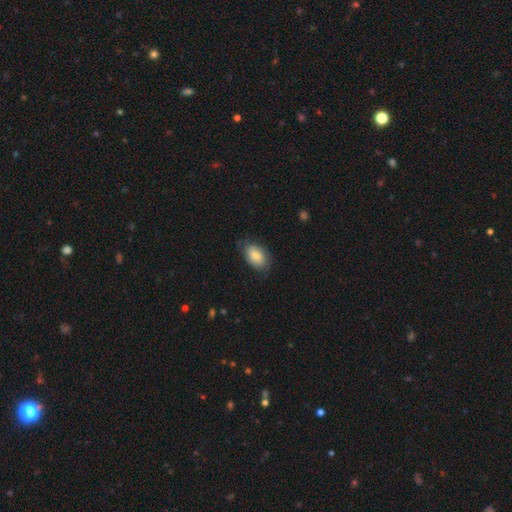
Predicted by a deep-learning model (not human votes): A smooth galaxy with no disk features (78%) that is in between round and cigar-shaped (91%).

Vote fractions:
- Smooth or featured? smooth: 78% / featured or disk: 16% / star or artifact: 6%
- How rounded? in between: 91% / round: 7% / cigar-shaped: 2%
- Merging? none: 72% / minor disturbance: 21% / major disturbance: 5% / merger: 1%